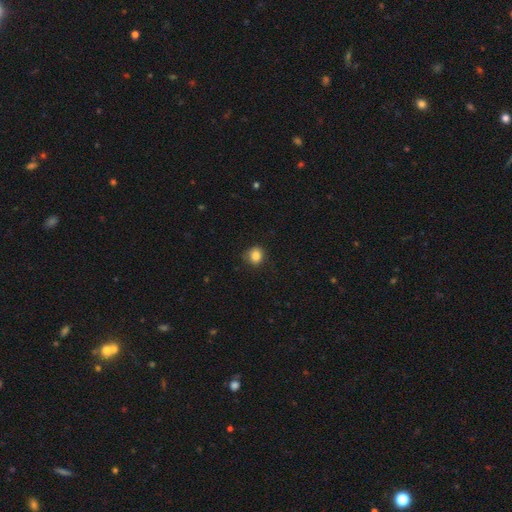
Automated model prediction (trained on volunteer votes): Morphology: type=smooth (85%); roundness=round (78%); merging=none (79%).